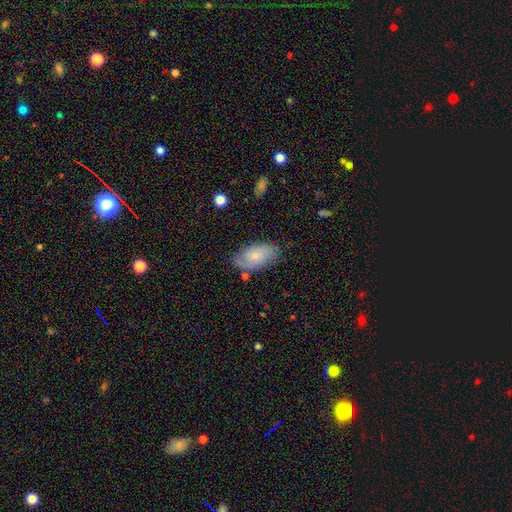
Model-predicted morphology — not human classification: smooth_or_featured: smooth (p=0.61) [alt: featured or disk p=0.32]
how_rounded: in between (p=0.93) [alt: round p=0.04]
merging: none (p=0.72) [alt: minor disturbance p=0.21]